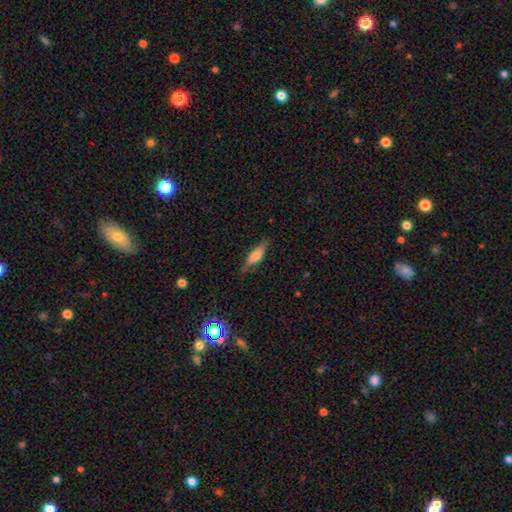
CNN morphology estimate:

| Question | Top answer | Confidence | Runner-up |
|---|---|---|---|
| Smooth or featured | smooth | 61% | featured or disk (31%) |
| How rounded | in between | 50% | cigar-shaped (47%) |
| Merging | none | 70% | minor disturbance (22%) |